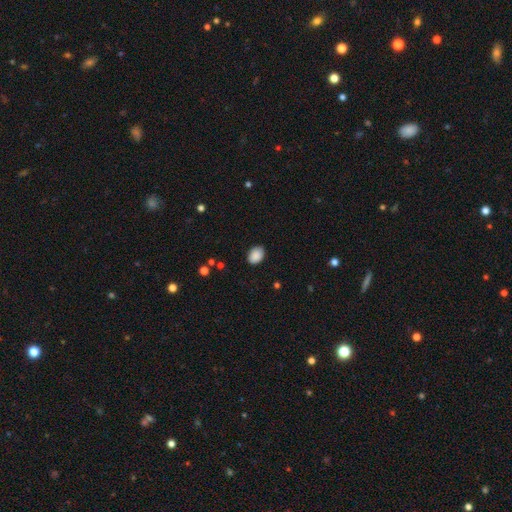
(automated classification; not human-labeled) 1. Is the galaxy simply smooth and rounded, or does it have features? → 89% smooth, 8% star or artifact, 3% featured or disk.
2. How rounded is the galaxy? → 76% in between, 23% round, 1% cigar-shaped.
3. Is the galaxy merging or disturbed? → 87% none, 10% minor disturbance, 2% major disturbance, 1% merger.